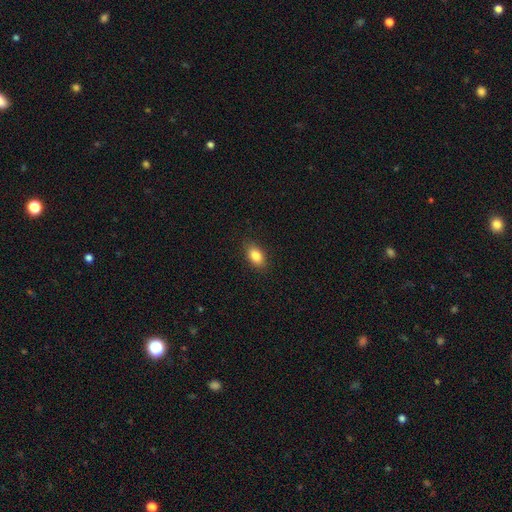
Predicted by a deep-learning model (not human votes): A smooth galaxy with no disk features (85%) that is in between round and cigar-shaped (88%).

Vote fractions:
- Smooth or featured? smooth: 85% / star or artifact: 8% / featured or disk: 7%
- How rounded? in between: 88% / round: 8% / cigar-shaped: 3%
- Merging? none: 87% / minor disturbance: 9% / major disturbance: 2% / merger: 1%